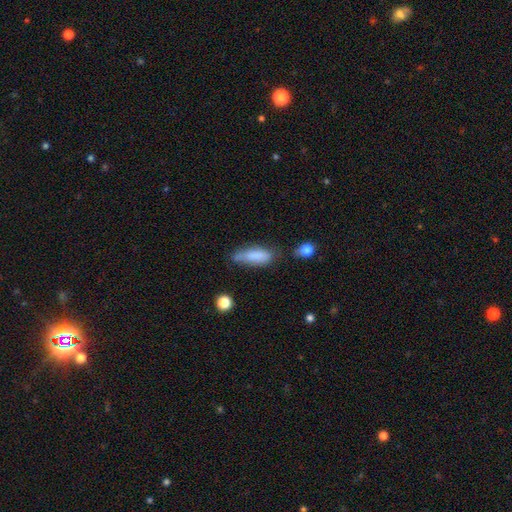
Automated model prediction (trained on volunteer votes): smooth-or-featured: smooth: 79% | featured or disk: 13% | star or artifact: 8%
  how-rounded: in between: 56% | cigar-shaped: 41% | round: 2%
  merging: none: 47% | minor disturbance: 33% | major disturbance: 11% | merger: 8%